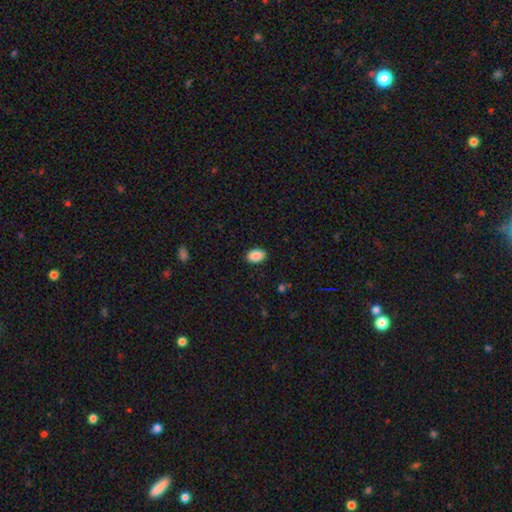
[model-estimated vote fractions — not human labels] Q: Smooth or featured?
A: smooth (89%); runner-up: star or artifact (7%)
Q: How rounded?
A: in between (88%); runner-up: round (11%)
Q: Merging?
A: none (89%); runner-up: minor disturbance (8%)